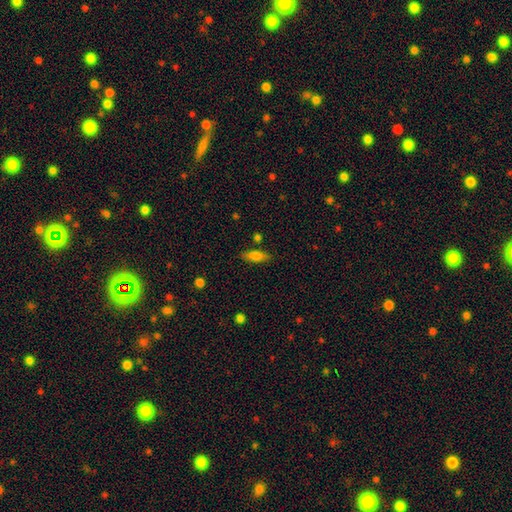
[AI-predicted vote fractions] Smooth or featured?
  - smooth: 74% *
  - featured or disk: 18%
  - star or artifact: 8%
How rounded?
  - in between: 65% *
  - cigar-shaped: 32%
  - round: 3%
Merging?
  - none: 82% *
  - minor disturbance: 12%
  - merger: 3%
  - major disturbance: 3%